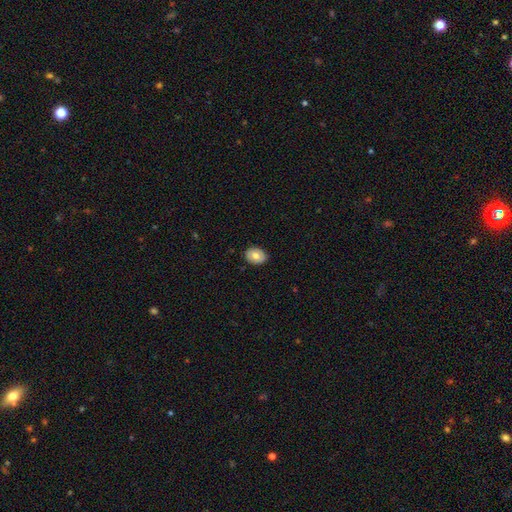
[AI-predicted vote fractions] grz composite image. It shows a smooth galaxy with no disk features (70%) that is in between round and cigar-shaped (67%). Merging: none (86%).